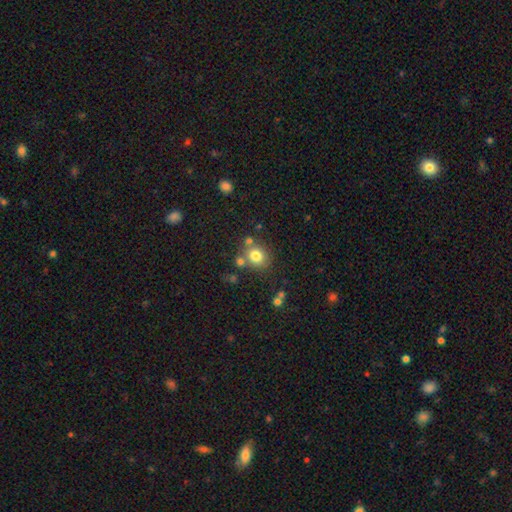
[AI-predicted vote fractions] Smooth or featured? Predicted: smooth (p=0.78). How rounded? Predicted: round (p=0.77). Merging? Predicted: none (p=0.69).